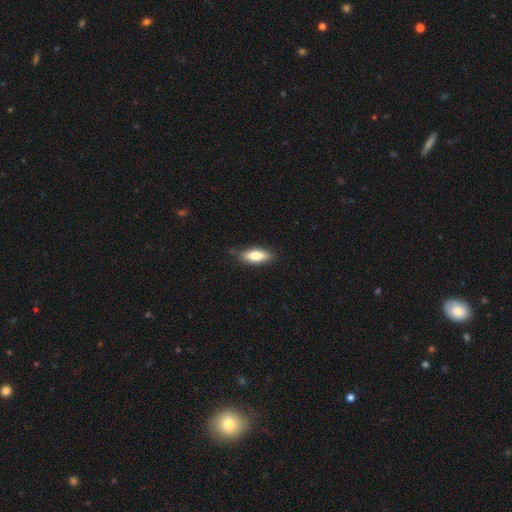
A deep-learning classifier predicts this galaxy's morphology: Q: Smooth or featured?
A: smooth (78%); runner-up: featured or disk (15%)
Q: How rounded?
A: in between (75%); runner-up: cigar-shaped (22%)
Q: Merging?
A: none (80%); runner-up: minor disturbance (16%)